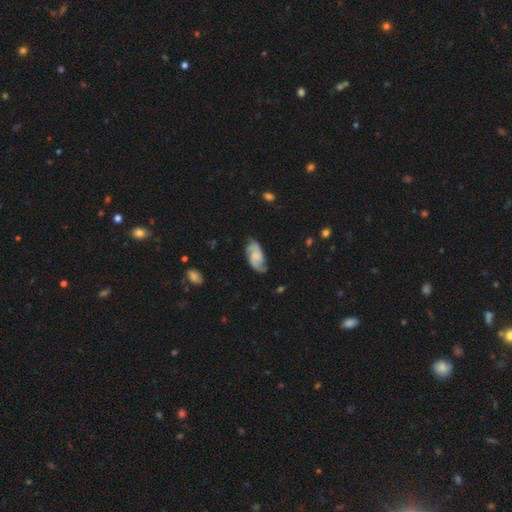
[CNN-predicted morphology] The model was most divided on "spiral winding": medium: 48%, tight: 30%, loose: 23%. Remaining: edge-on disk — no (96%); spiral arms — yes (96%); spiral arm count — 2 (81%); smooth or featured — featured or disk (78%); merging — none (74%); bar — no (60%); bulge size — none (44%).